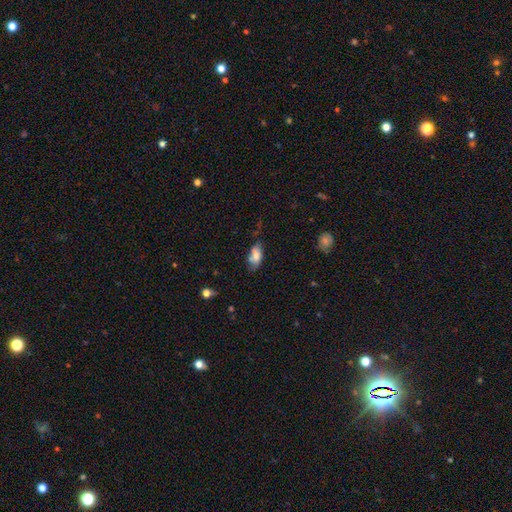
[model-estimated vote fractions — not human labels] A smooth galaxy with no disk features (73%) that is in between round and cigar-shaped (85%).

Vote fractions:
- Smooth or featured? smooth: 73% / featured or disk: 18% / star or artifact: 9%
- How rounded? in between: 85% / cigar-shaped: 11% / round: 3%
- Merging? none: 53% / minor disturbance: 26% / merger: 13% / major disturbance: 8%